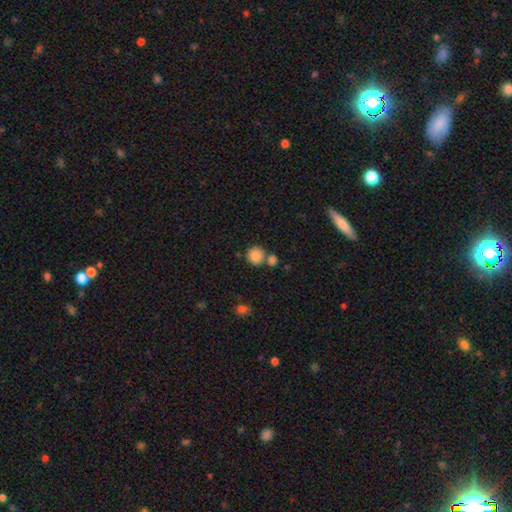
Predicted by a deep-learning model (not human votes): Smooth or featured? smooth (86%)
How rounded? round (90%)
Merging? none (65%)